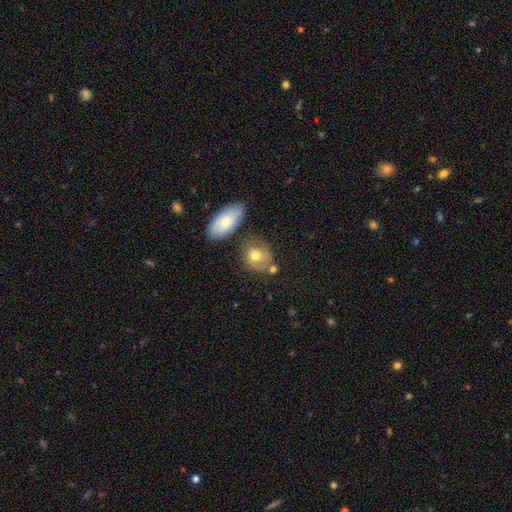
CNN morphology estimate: A smooth galaxy with no disk features (53%) that is round (61%). Merging: none (56%).